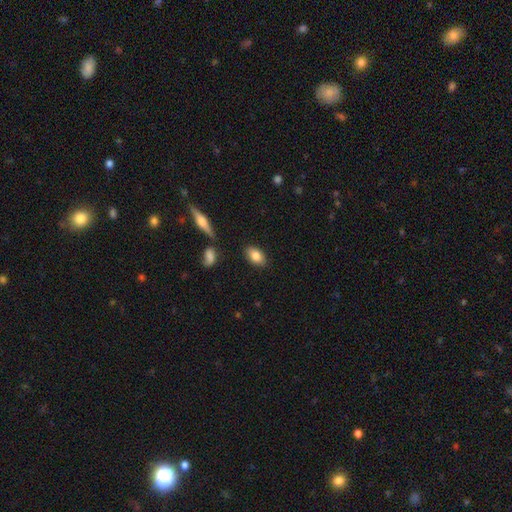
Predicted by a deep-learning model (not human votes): This is clearly a smooth galaxy (81%). How rounded: clearly in between (89%). Merging: clearly none (84%).